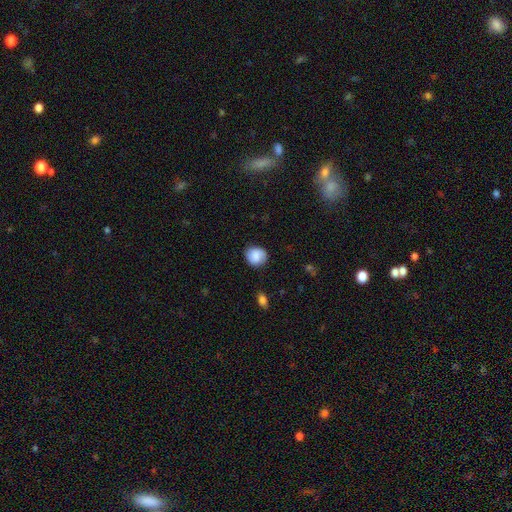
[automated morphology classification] Overall: smooth (79%). How rounded: round (82%). Merging: none (81%).